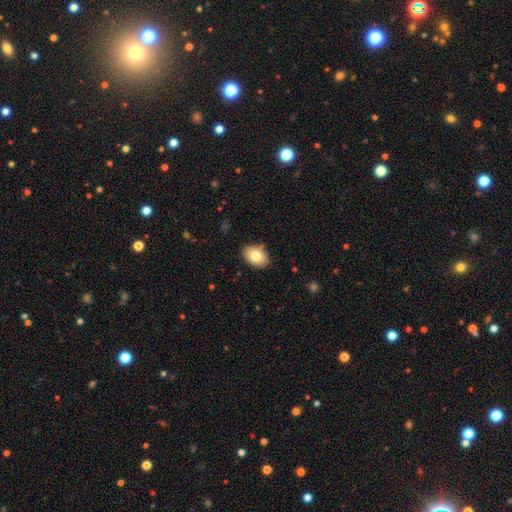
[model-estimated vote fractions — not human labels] Q: Smooth or featured?
A: smooth (78%); runner-up: featured or disk (14%)
Q: How rounded?
A: in between (83%); runner-up: round (16%)
Q: Merging?
A: none (83%); runner-up: minor disturbance (13%)